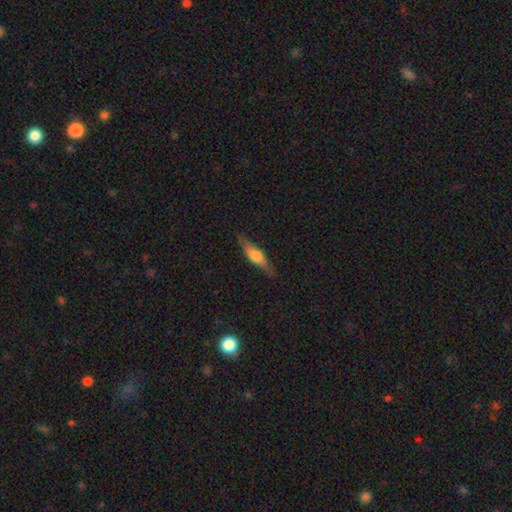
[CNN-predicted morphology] This is possibly a featured or disk galaxy (48%). Merging: clearly none (83%).